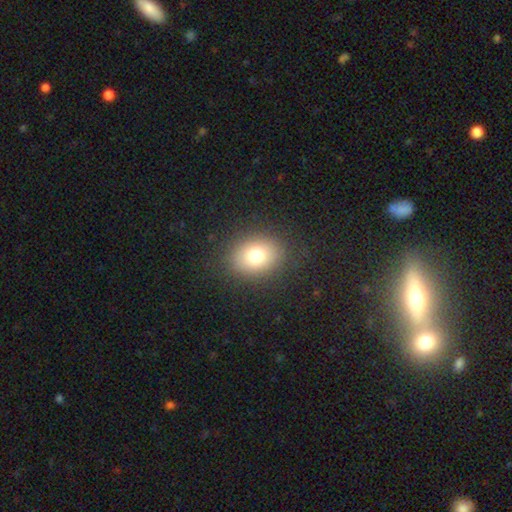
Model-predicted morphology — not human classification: Smooth or featured? smooth (78%)
How rounded? in between (57%)
Merging? none (86%)